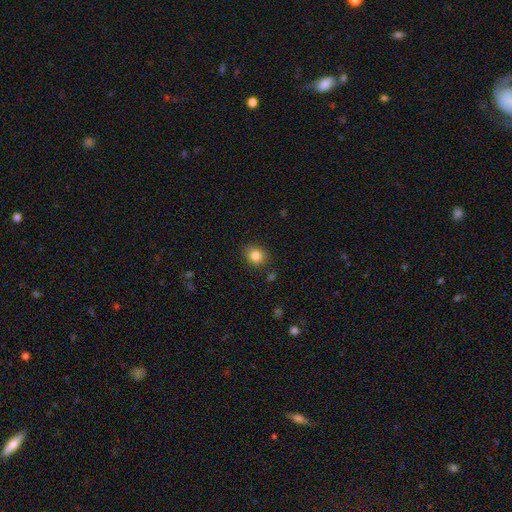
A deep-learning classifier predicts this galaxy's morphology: Q: Smooth or featured?
A: smooth (84%); runner-up: star or artifact (10%)
Q: How rounded?
A: round (70%); runner-up: in between (29%)
Q: Merging?
A: none (82%); runner-up: minor disturbance (12%)